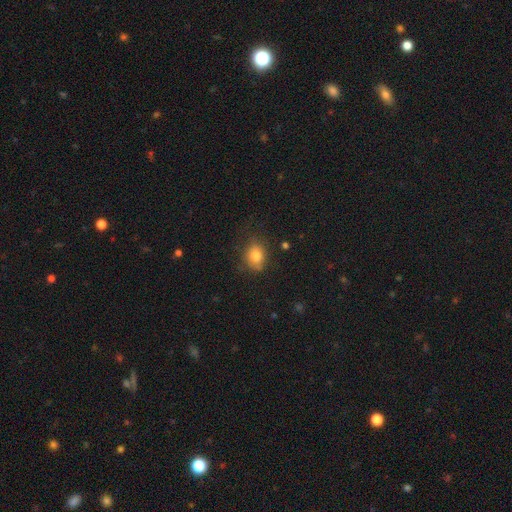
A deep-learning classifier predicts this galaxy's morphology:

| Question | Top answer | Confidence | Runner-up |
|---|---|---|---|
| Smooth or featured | smooth | 79% | star or artifact (11%) |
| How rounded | in between | 53% | round (46%) |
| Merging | none | 73% | minor disturbance (19%) |